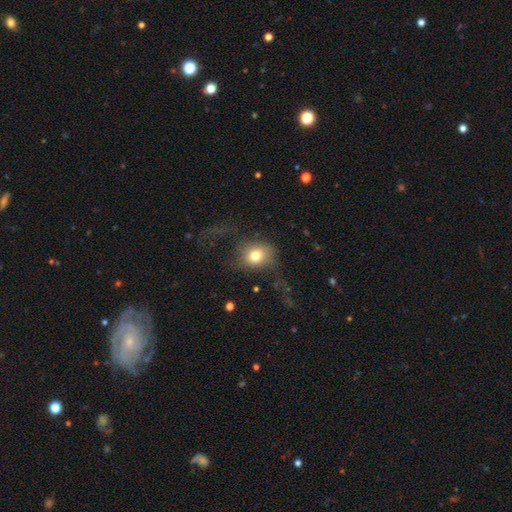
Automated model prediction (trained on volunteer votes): smooth_or_featured: smooth (p=0.70) [alt: featured or disk p=0.19]
how_rounded: round (p=0.61) [alt: in between p=0.38]
merging: none (p=0.40) [tied with: major disturbance p=0.40]